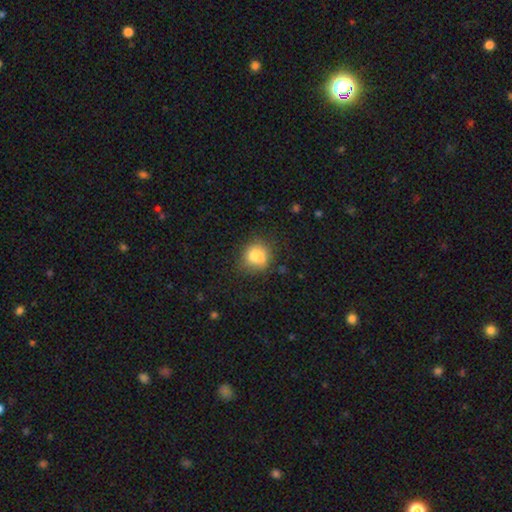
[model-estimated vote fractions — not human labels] Smooth or featured? smooth (82%)
How rounded? round (80%)
Merging? none (71%)